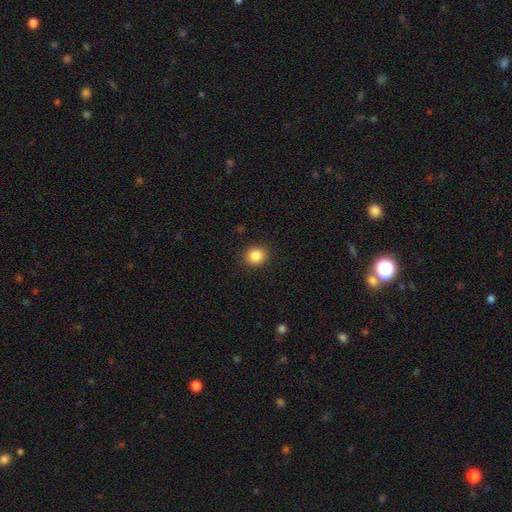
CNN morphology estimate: A smooth galaxy with no disk features (86%) that is round (76%).

Vote fractions:
- Smooth or featured? smooth: 86% / star or artifact: 9% / featured or disk: 4%
- How rounded? round: 76% / in between: 23% / cigar-shaped: 1%
- Merging? none: 90% / minor disturbance: 7% / major disturbance: 2% / merger: 1%